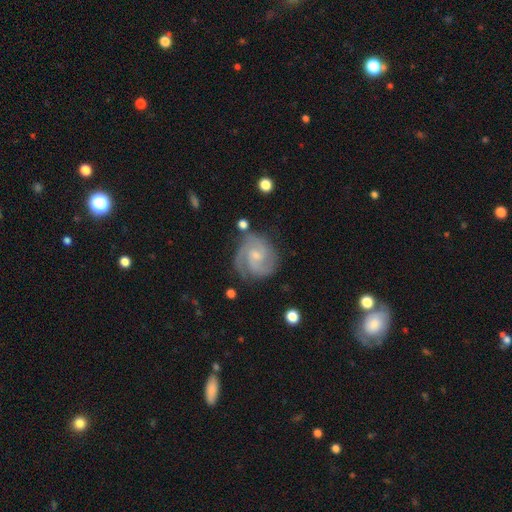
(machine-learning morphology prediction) type=featured or disk (87%); edge-on=no (98%); bar=no (56%); spiral arms=yes (98%); winding=tight (50%); arm count=2 (41%); bulge=small (66%); merging=none (73%).